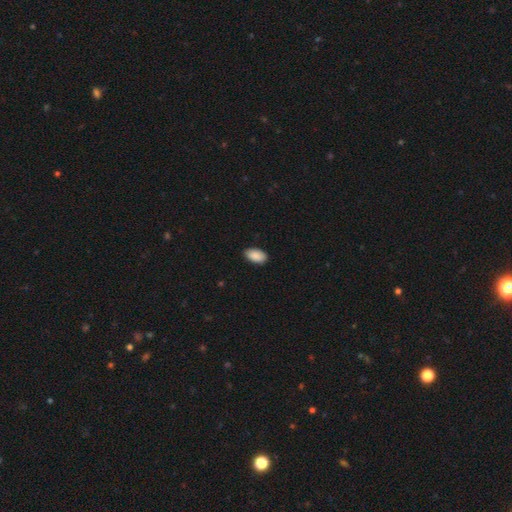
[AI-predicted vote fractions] Overall: smooth (91%). How rounded: in between (95%). Merging: none (87%).